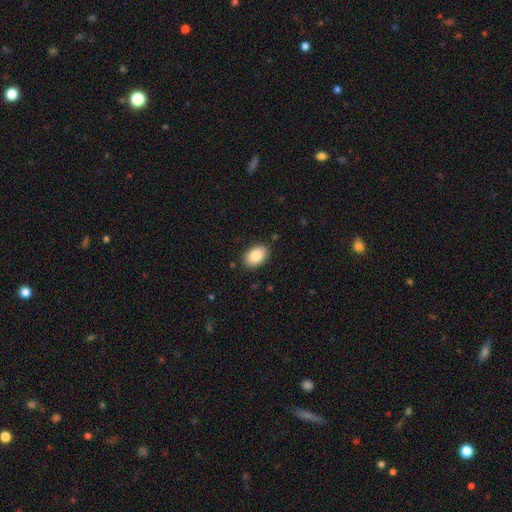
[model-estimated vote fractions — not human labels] smooth_or_featured: smooth (p=0.88) [alt: star or artifact p=0.07]
how_rounded: in between (p=0.91) [alt: round p=0.08]
merging: none (p=0.88) [alt: minor disturbance p=0.09]